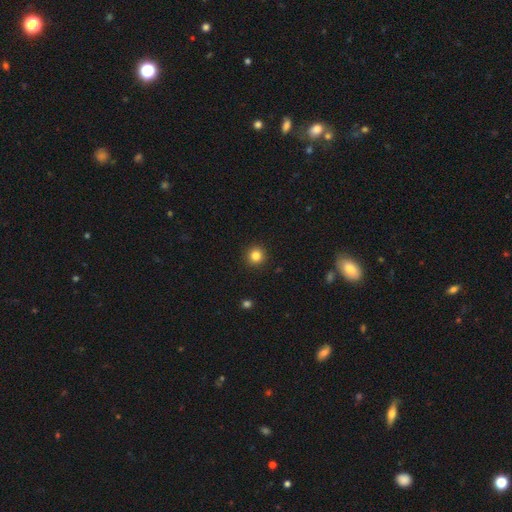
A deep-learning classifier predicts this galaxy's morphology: Smooth or featured? smooth (83%)
How rounded? round (95%)
Merging? none (93%)